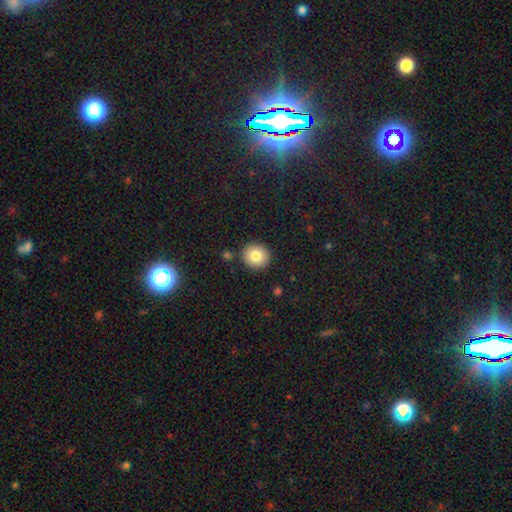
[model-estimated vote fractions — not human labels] The model was most divided on "how rounded": round: 85%, in between: 14%, cigar-shaped: 1%. More confident: merging — none (89%); smooth or featured — smooth (83%).